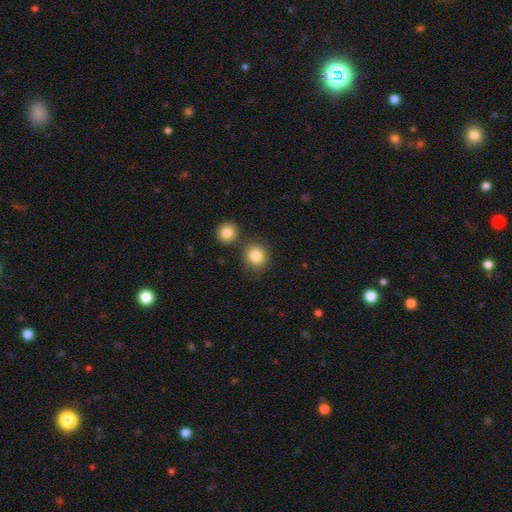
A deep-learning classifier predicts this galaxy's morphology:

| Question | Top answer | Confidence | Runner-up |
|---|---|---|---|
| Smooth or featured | smooth | 85% | star or artifact (9%) |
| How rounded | round | 89% | in between (10%) |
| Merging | none | 78% | merger (11%) |